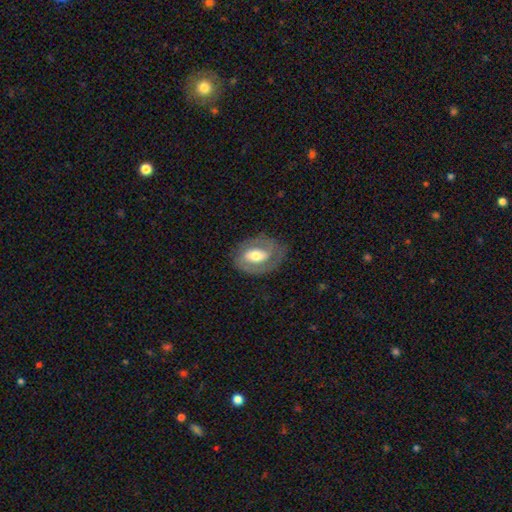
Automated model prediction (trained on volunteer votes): smooth-or-featured: featured or disk: 66% | smooth: 28% | star or artifact: 6%
  disk-edge-on: no: 94% | yes: 6%
    bar: weak: 36% | no: 33% | strong: 31%
    has-spiral-arms: yes: 68% | no: 32%
    bulge-size: moderate: 62% | small: 19% | large: 16% | dominant: 2% | none: 1%
  merging: none: 74% | minor disturbance: 16% | major disturbance: 9% | merger: 1%